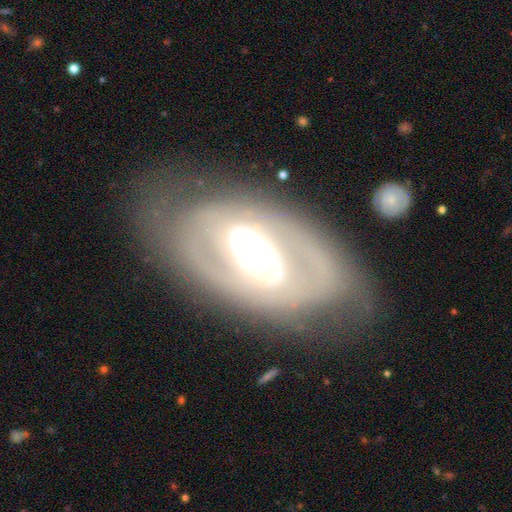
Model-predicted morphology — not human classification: smooth-or-featured: featured or disk: 77% | smooth: 17% | star or artifact: 5%
  disk-edge-on: no: 93% | yes: 7%
    bar: no: 55% | weak: 26% | strong: 19%
    has-spiral-arms: yes: 54% | no: 46%
    bulge-size: moderate: 57% | large: 31% | small: 8% | dominant: 4% | none: 1%
  merging: none: 74% | minor disturbance: 16% | major disturbance: 8% | merger: 2%